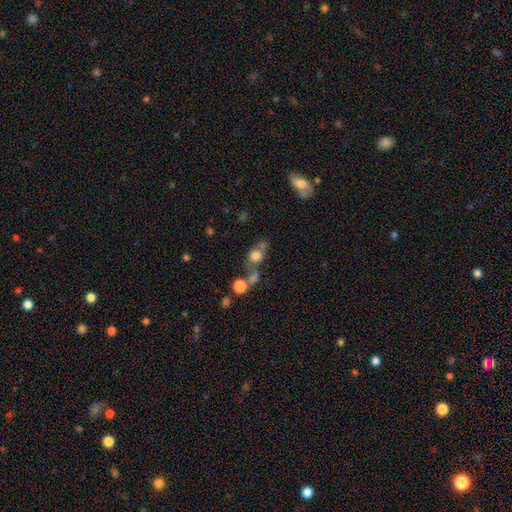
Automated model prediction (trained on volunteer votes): Q: Smooth or featured?
A: smooth (72%); runner-up: star or artifact (15%)
Q: How rounded?
A: round (73%); runner-up: in between (25%)
Q: Merging?
A: none (41%); runner-up: merger (38%)